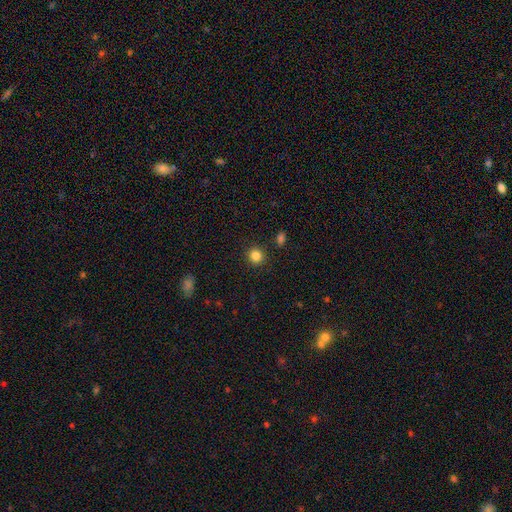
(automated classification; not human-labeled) Smooth or featured? Predicted: smooth (p=0.84). How rounded? Predicted: round (p=0.90). Merging? Predicted: none (p=0.89).